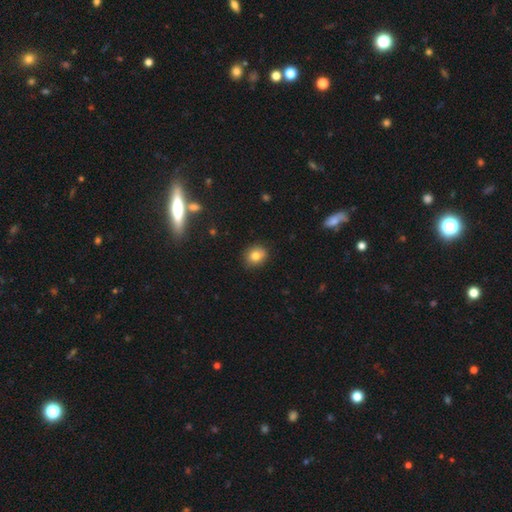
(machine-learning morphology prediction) Q: Smooth or featured?
A: smooth (78%); runner-up: star or artifact (11%)
Q: How rounded?
A: round (62%); runner-up: in between (37%)
Q: Merging?
A: none (81%); runner-up: minor disturbance (14%)